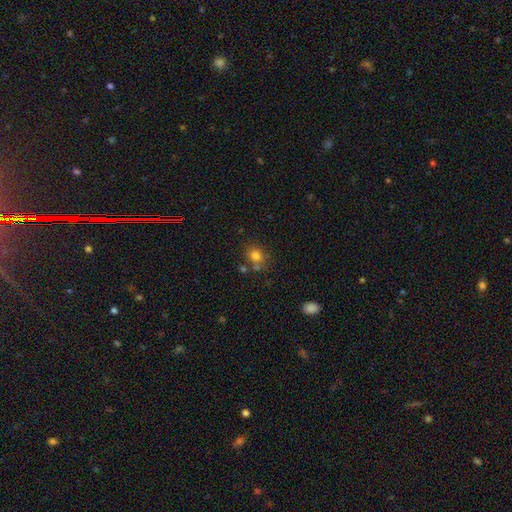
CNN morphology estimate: The model was most divided on "merging": none: 67%, merger: 16%, minor disturbance: 13%, major disturbance: 4%. More confident: smooth or featured — smooth (79%); how rounded — round (78%).